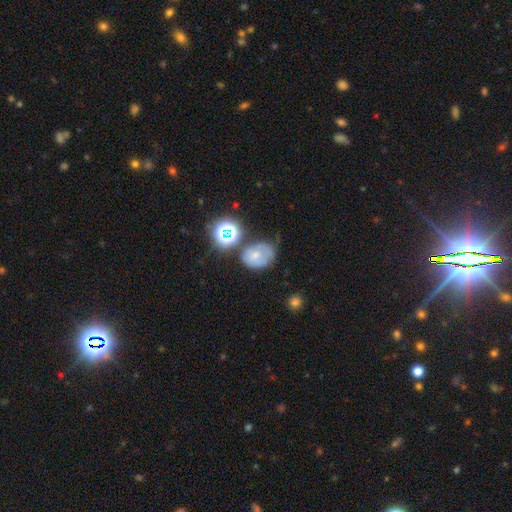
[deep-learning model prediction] This is possibly a smooth galaxy (51%). How rounded: possibly in between (53%). Merging: marginally none (42%).